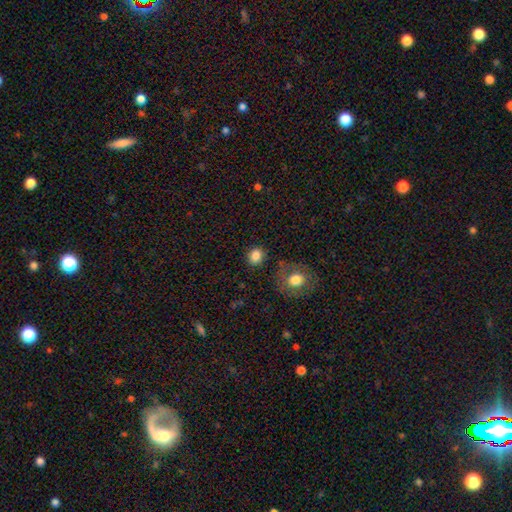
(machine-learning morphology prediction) type=smooth (84%); roundness=round (72%); merging=none (82%).